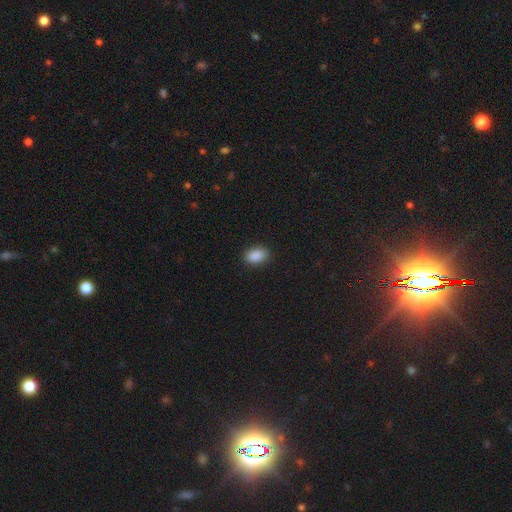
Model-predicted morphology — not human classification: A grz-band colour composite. It shows a smooth galaxy with no disk features (89%) that is in between round and cigar-shaped (85%). Merging: none (87%).